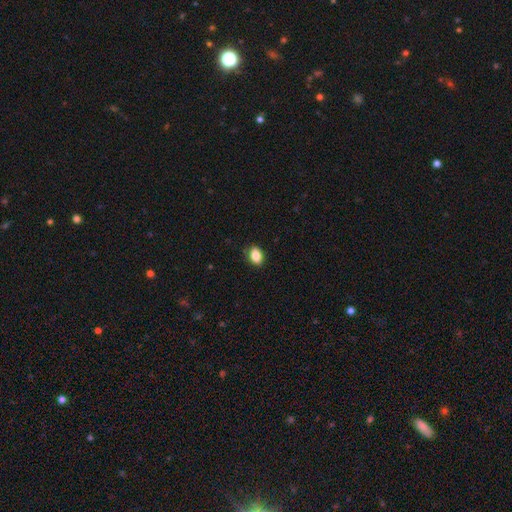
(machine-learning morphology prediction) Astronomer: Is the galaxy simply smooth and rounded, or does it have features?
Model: smooth — 86%.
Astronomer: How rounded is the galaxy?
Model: in between — 81%.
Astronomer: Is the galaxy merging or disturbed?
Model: none — 85%.